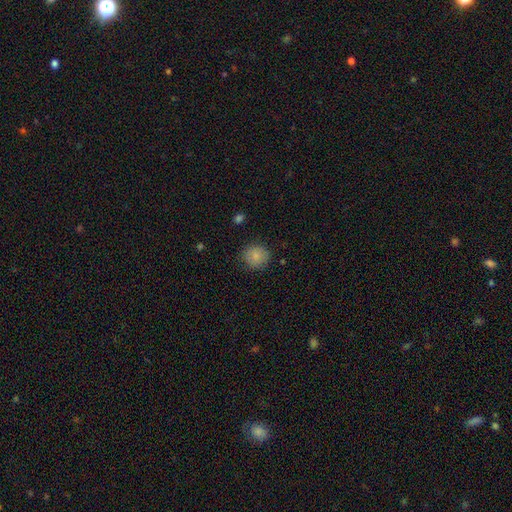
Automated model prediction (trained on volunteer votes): The model was most divided on "merging": none: 84%, minor disturbance: 12%, major disturbance: 3%, merger: 1%. More confident: how rounded — round (88%); smooth or featured — smooth (85%).